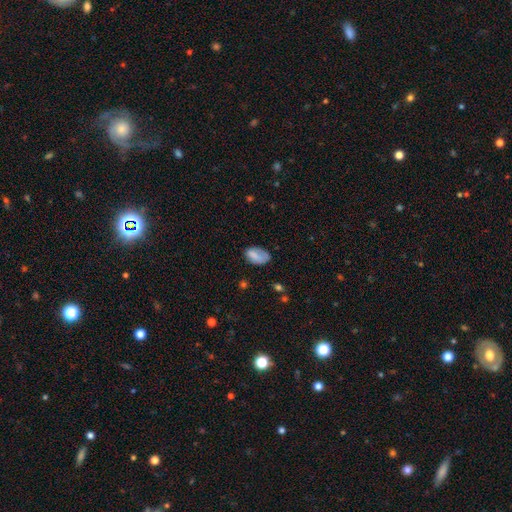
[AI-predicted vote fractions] smooth 77%, featured or disk 15%, star or artifact 8%. Down the decision tree: how rounded — in between (91%); merging — none (58%).